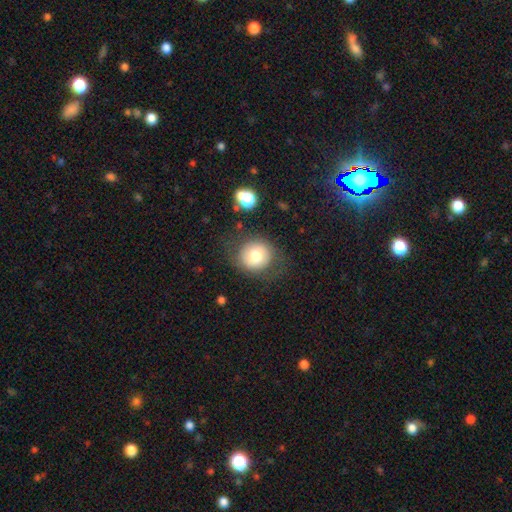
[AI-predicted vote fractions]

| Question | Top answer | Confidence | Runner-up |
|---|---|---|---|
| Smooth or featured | smooth | 69% | featured or disk (20%) |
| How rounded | round | 87% | in between (13%) |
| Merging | none | 77% | minor disturbance (13%) |